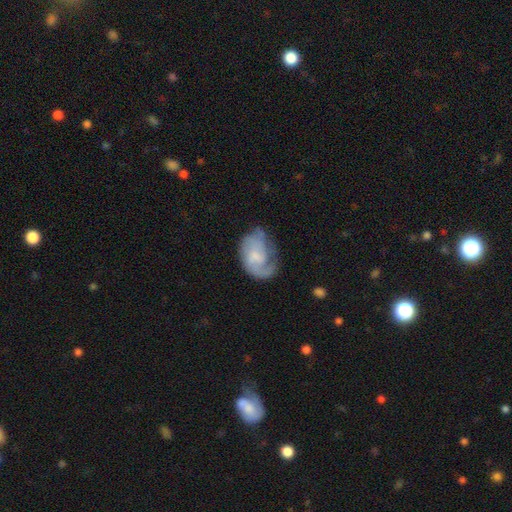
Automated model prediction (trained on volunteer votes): Smooth or featured? Predicted: featured or disk (p=0.59). Edge-on disk? Predicted: no (p=0.97). Bar? Predicted: no (p=0.58). Spiral arms? Predicted: yes (p=0.80). Bulge size? Predicted: small (p=0.41). Merging? Predicted: none (p=0.46).